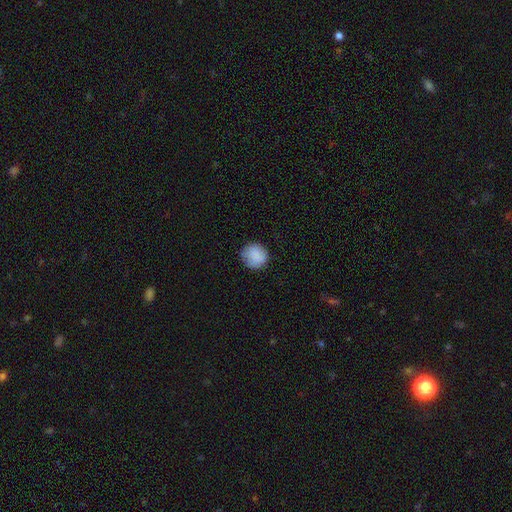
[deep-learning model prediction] This is clearly a smooth galaxy (86%). How rounded: clearly round (88%). Merging: clearly none (81%).